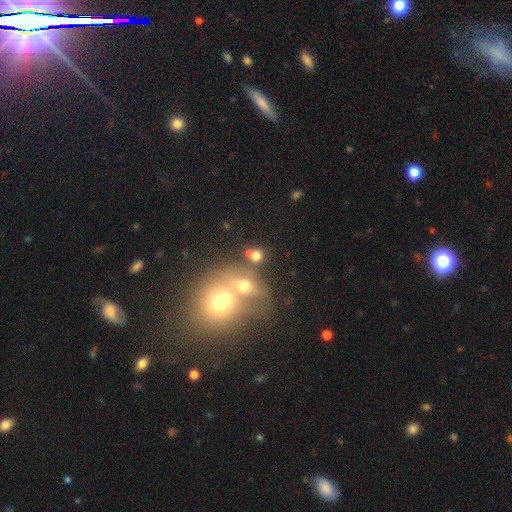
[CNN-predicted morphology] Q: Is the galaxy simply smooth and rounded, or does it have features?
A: smooth — 69%.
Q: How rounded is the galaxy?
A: round — 69%.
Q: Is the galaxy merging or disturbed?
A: none — 46%.